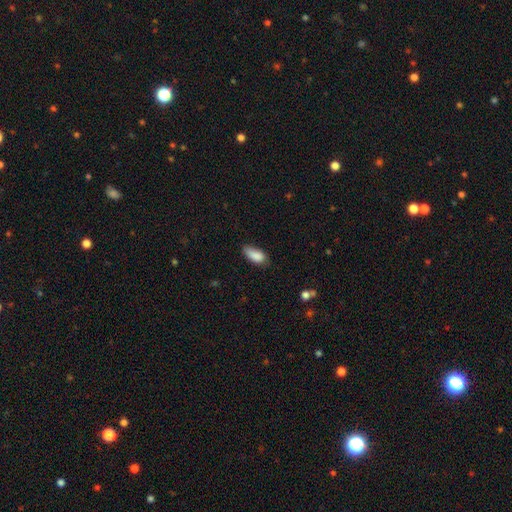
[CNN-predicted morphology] A smooth galaxy with no disk features (87%) that is in between round and cigar-shaped (87%).

Vote fractions:
- Smooth or featured? smooth: 87% / star or artifact: 7% / featured or disk: 6%
- How rounded? in between: 87% / cigar-shaped: 10% / round: 3%
- Merging? none: 60% / minor disturbance: 32% / major disturbance: 6% / merger: 2%